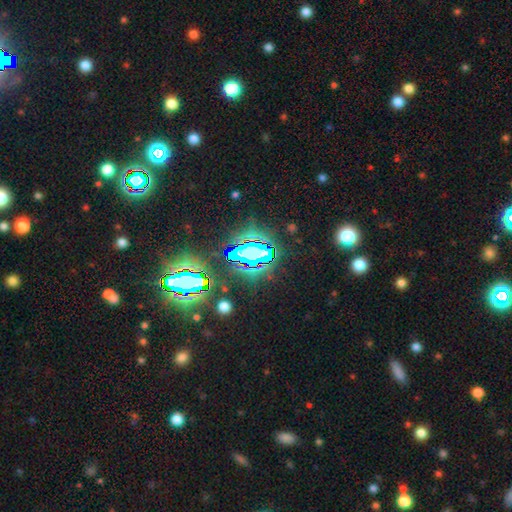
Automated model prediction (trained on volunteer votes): This is clearly a star or artifact rather than a galaxy (81%).